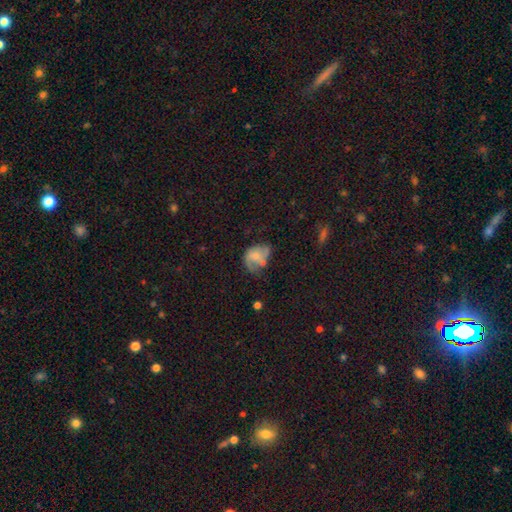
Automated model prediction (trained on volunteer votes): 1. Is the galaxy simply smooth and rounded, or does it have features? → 47% featured or disk, 43% smooth, 10% star or artifact.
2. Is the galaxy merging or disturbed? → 36% none, 30% minor disturbance, 23% major disturbance, 11% merger.